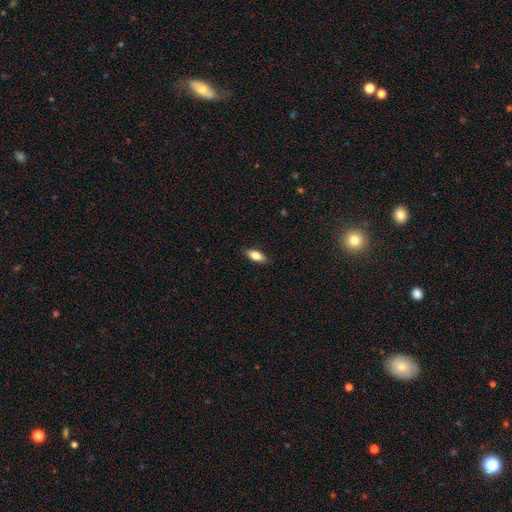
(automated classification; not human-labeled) This is likely a smooth galaxy (77%). How rounded: likely in between (79%). Merging: clearly none (87%).